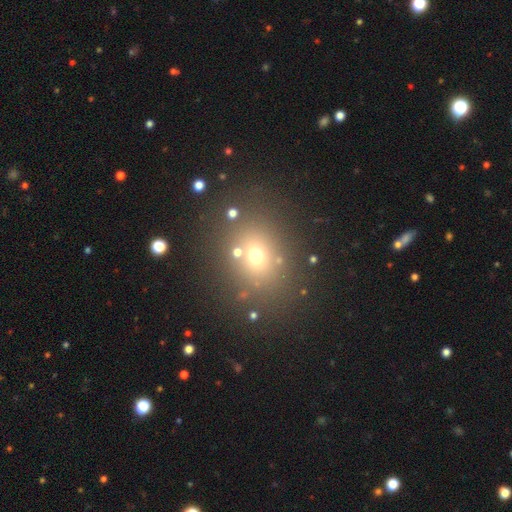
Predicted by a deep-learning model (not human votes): Smooth or featured: smooth — 63% (star or artifact — 24%)
How rounded: round — 61% (in between — 38%)
Merging: none — 78% (minor disturbance — 10%)